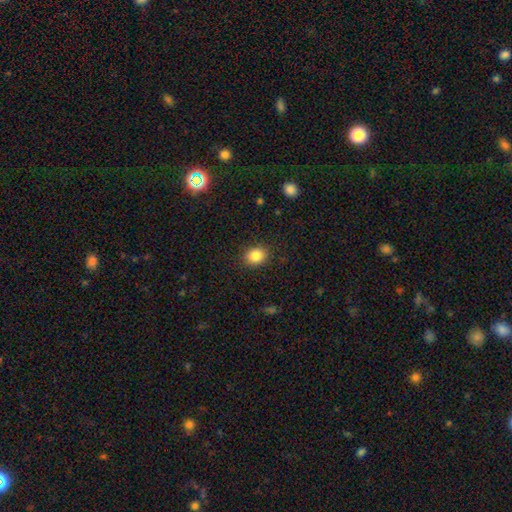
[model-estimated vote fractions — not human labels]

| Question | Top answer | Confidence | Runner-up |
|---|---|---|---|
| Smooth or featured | smooth | 85% | star or artifact (10%) |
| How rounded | round | 53% | in between (46%) |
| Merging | none | 88% | minor disturbance (8%) |